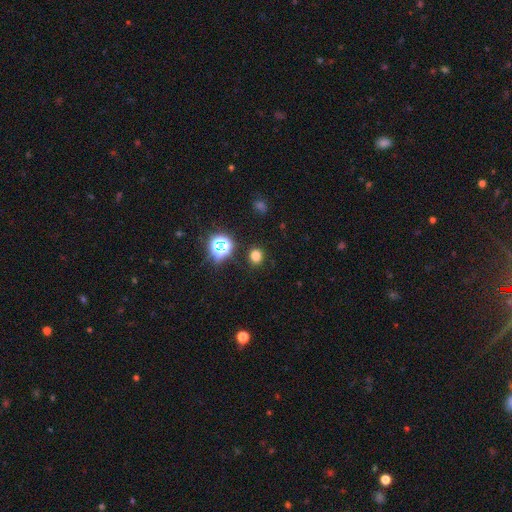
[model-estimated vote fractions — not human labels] Smooth or featured? smooth (72%)
How rounded? round (80%)
Merging? none (88%)